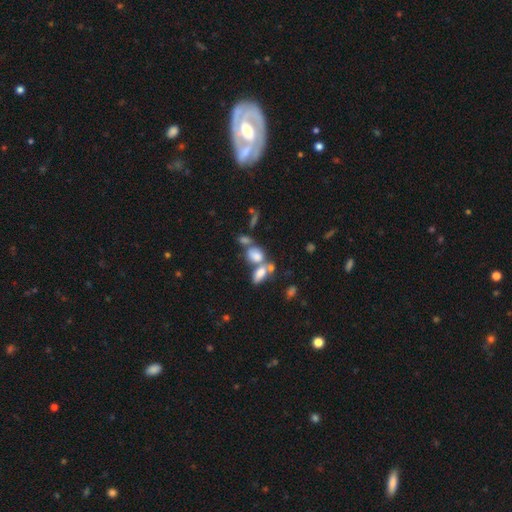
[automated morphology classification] Smooth or featured? Predicted: smooth (p=0.74). How rounded? Predicted: in between (p=0.79). Merging? Predicted: merger (p=0.53).